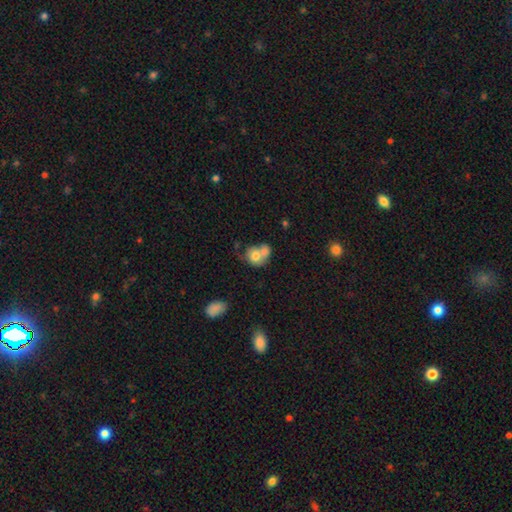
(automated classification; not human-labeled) Smooth or featured? smooth (71%)
How rounded? round (63%)
Merging? merger (64%)